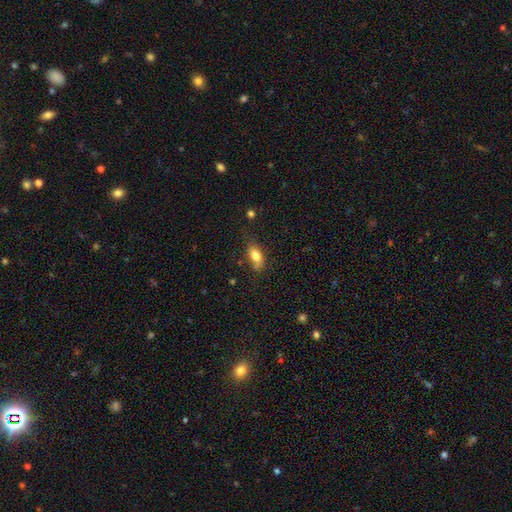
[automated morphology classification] smooth 77%, featured or disk 14%, star or artifact 8%. Down the decision tree: how rounded — in between (83%); merging — none (66%).